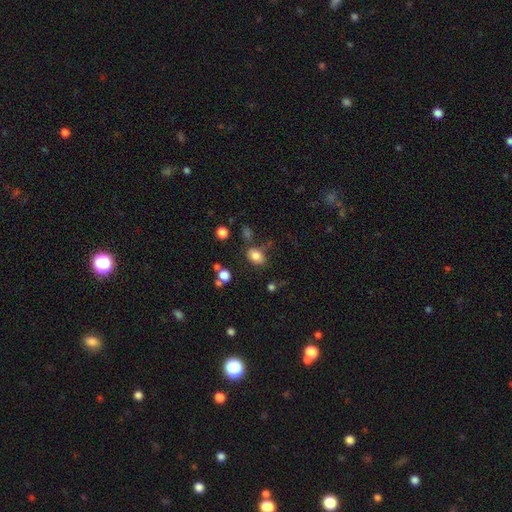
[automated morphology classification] A smooth galaxy with no disk features (81%) that is in between round and cigar-shaped (73%).

Vote fractions:
- Smooth or featured? smooth: 81% / star or artifact: 11% / featured or disk: 8%
- How rounded? in between: 73% / round: 26% / cigar-shaped: 1%
- Merging? none: 69% / minor disturbance: 18% / merger: 7% / major disturbance: 6%